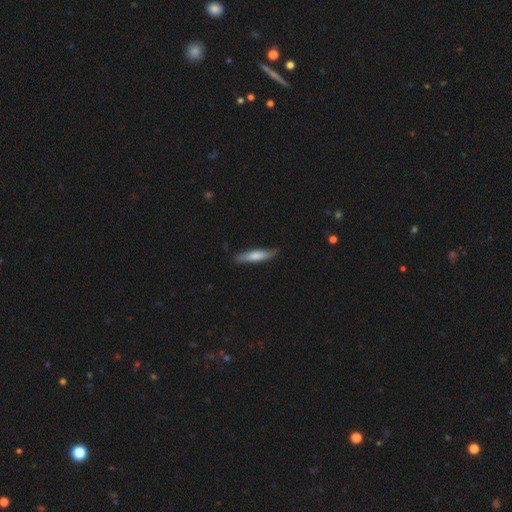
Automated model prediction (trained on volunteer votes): Smooth or featured? smooth (68%)
How rounded? cigar-shaped (84%)
Merging? none (82%)